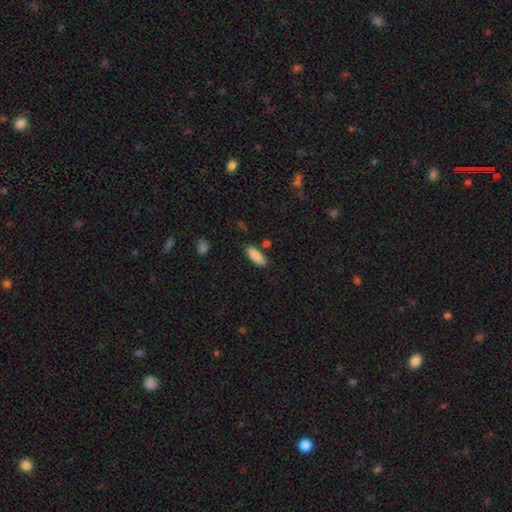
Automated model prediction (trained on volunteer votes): Smooth or featured? smooth (84%)
How rounded? in between (64%)
Merging? none (83%)